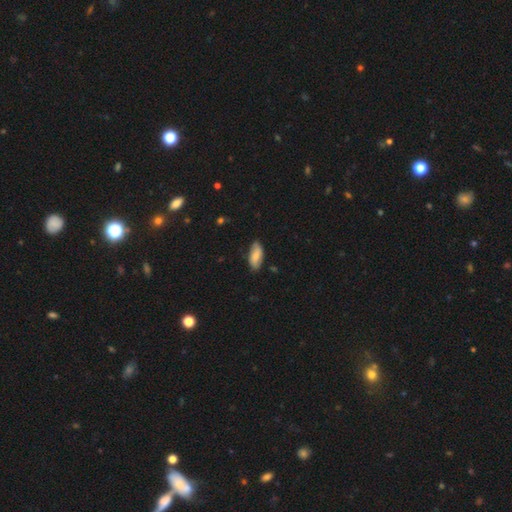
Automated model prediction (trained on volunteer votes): smooth-or-featured: smooth: 71% | featured or disk: 23% | star or artifact: 6%
  how-rounded: in between: 87% | cigar-shaped: 11% | round: 2%
  merging: none: 80% | minor disturbance: 16% | major disturbance: 3% | merger: 1%